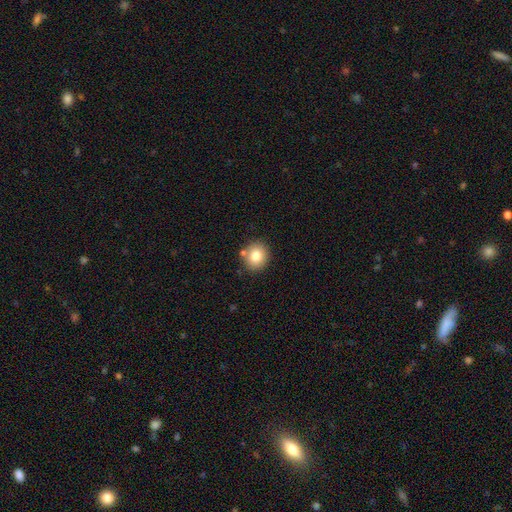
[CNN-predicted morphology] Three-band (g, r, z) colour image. It shows a smooth galaxy with no disk features (79%) that is round (79%). Merging: none (78%).